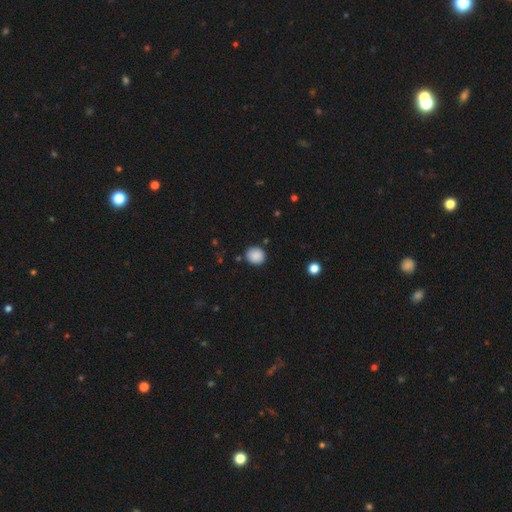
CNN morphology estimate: Smooth or featured: smooth — 88% (star or artifact — 9%)
How rounded: round — 86% (in between — 13%)
Merging: none — 88% (minor disturbance — 8%)